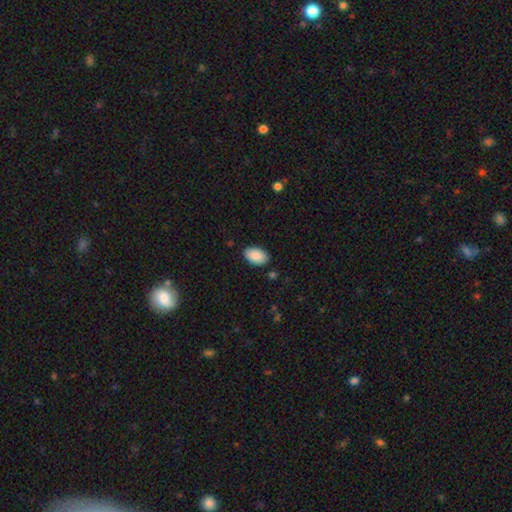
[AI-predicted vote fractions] smooth 88%, star or artifact 6%, featured or disk 5%. Down the decision tree: how rounded — in between (94%); merging — none (86%).